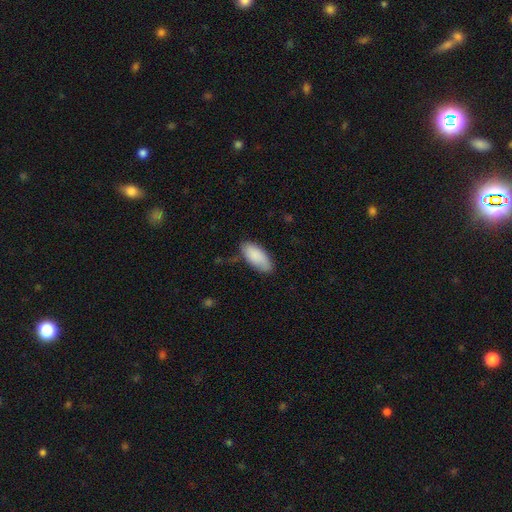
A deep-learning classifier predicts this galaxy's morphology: Smooth or featured?
  - smooth: 88% *
  - featured or disk: 7%
  - star or artifact: 6%
How rounded?
  - in between: 89% *
  - cigar-shaped: 9%
  - round: 2%
Merging?
  - none: 76% *
  - minor disturbance: 19%
  - major disturbance: 3%
  - merger: 2%